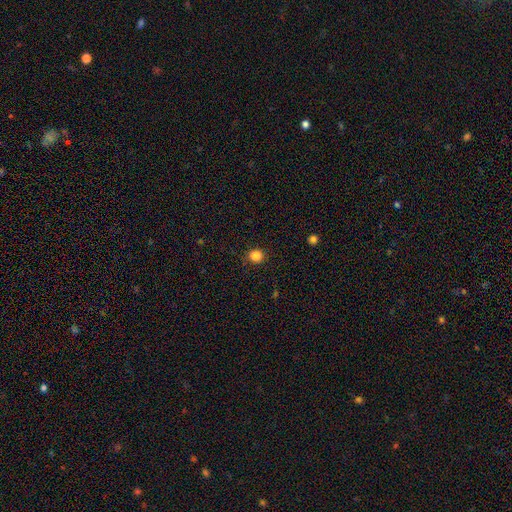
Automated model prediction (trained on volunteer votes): A smooth galaxy with no disk features (85%) that is round (88%). Merging: none (89%).